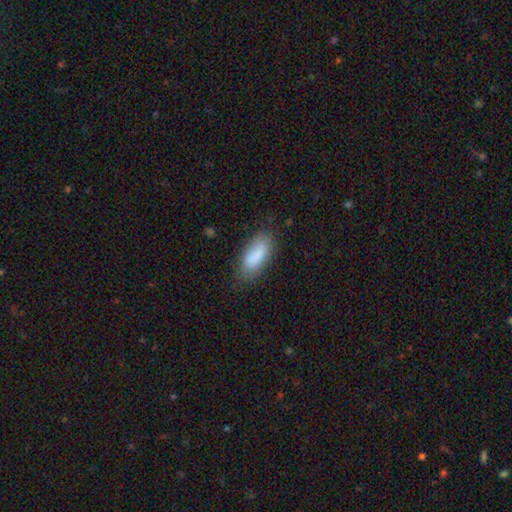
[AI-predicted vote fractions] This is clearly a smooth galaxy (85%). How rounded: clearly in between (84%). Merging: likely none (74%).